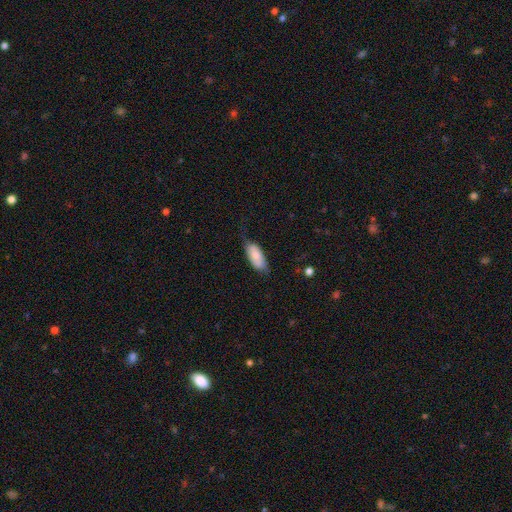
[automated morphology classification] A smooth galaxy with no disk features (74%) that is in between round and cigar-shaped (88%). Merging: none (57%).